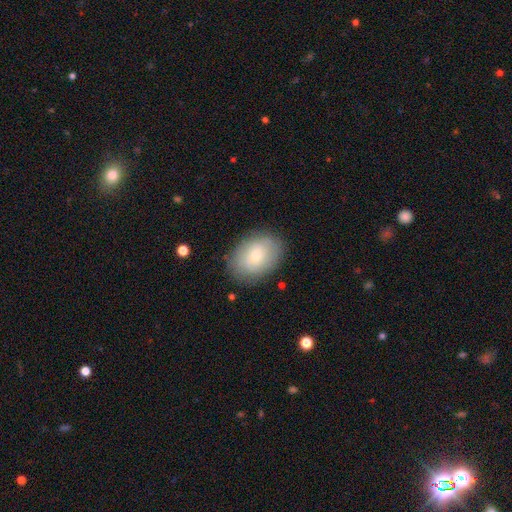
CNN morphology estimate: A smooth galaxy with no disk features (64%) that is in between round and cigar-shaped (73%). Merging: none (83%).